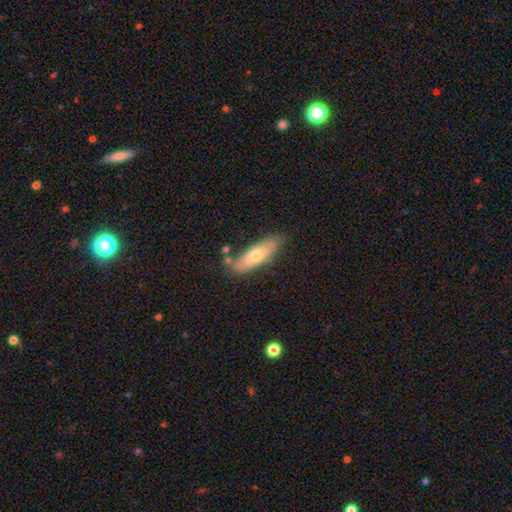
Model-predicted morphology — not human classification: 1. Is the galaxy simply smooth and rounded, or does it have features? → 63% smooth, 31% featured or disk, 6% star or artifact.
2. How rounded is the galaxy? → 50% cigar-shaped, 48% in between, 2% round.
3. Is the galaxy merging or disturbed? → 73% none, 18% minor disturbance, 6% merger, 4% major disturbance.